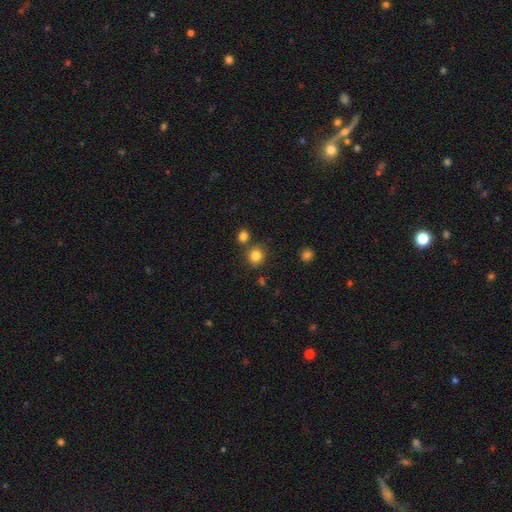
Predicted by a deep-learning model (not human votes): The model was most divided on "merging": none: 76%, merger: 12%, minor disturbance: 9%, major disturbance: 3%. More confident: how rounded — round (86%); smooth or featured — smooth (83%).